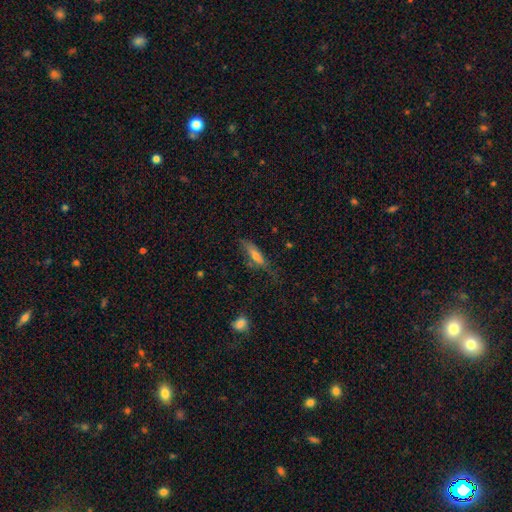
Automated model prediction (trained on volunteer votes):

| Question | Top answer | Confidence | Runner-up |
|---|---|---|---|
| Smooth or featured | smooth | 57% | featured or disk (33%) |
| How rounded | cigar-shaped | 64% | in between (33%) |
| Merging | none | 55% | minor disturbance (27%) |